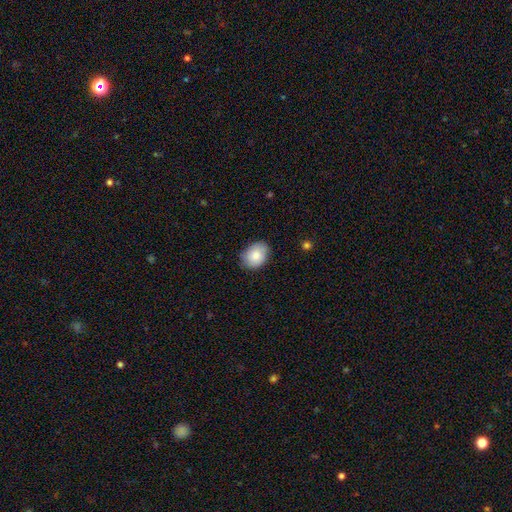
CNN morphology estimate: Smooth or featured? smooth (83%)
How rounded? in between (68%)
Merging? none (81%)